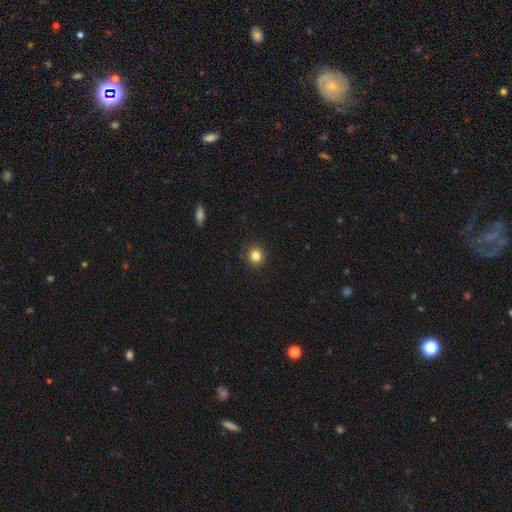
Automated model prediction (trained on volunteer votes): Smooth or featured?
  - smooth: 83% *
  - star or artifact: 11%
  - featured or disk: 6%
How rounded?
  - round: 88% *
  - in between: 11%
  - cigar-shaped: 1%
Merging?
  - none: 90% *
  - minor disturbance: 7%
  - major disturbance: 2%
  - merger: 1%